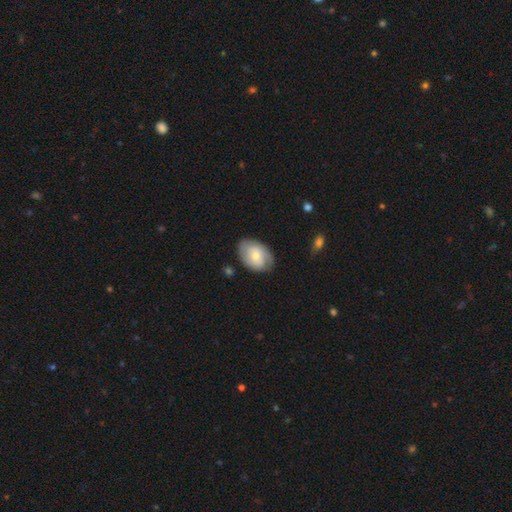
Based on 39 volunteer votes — This appears to be a smooth galaxy with no disk features (62%) that is in between round and cigar-shaped (92%). Merging: none (82%).